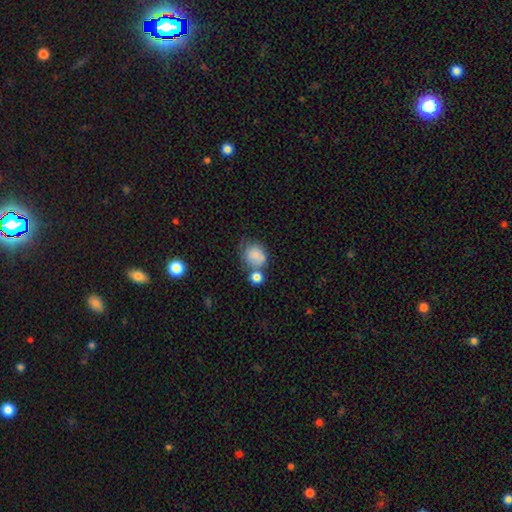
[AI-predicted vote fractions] Overall: smooth (78%). How rounded: round (71%). Merging: none (41%; merger 32%).